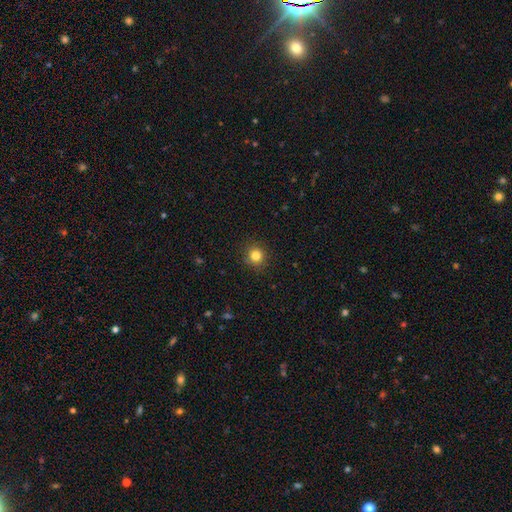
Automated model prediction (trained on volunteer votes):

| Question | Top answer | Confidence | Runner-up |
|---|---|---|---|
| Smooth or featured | smooth | 83% | star or artifact (12%) |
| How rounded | round | 92% | in between (7%) |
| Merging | none | 90% | minor disturbance (7%) |